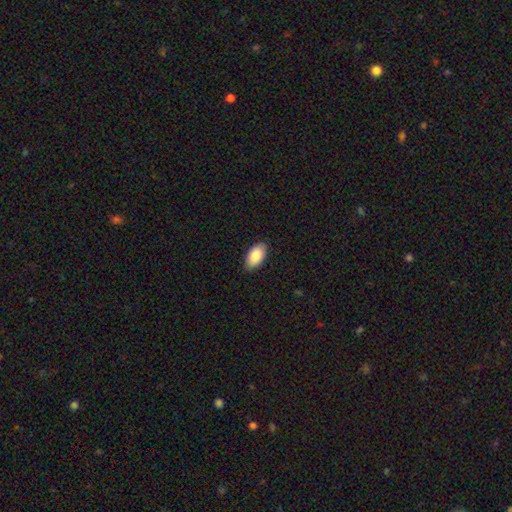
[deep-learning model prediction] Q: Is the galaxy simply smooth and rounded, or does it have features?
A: smooth — 87%.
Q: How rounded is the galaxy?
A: in between — 95%.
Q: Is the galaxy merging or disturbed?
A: none — 87%.